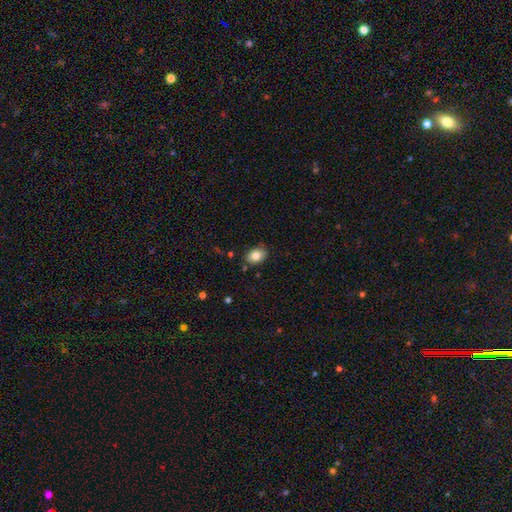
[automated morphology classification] A smooth galaxy with no disk features (82%) that is in between round and cigar-shaped (74%). Merging: none (83%).